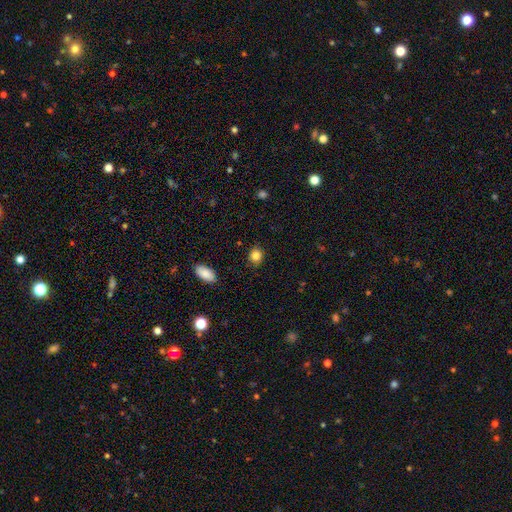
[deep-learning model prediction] This appears to be a smooth galaxy with no disk features (85%) that is round (67%). Merging: none (87%).